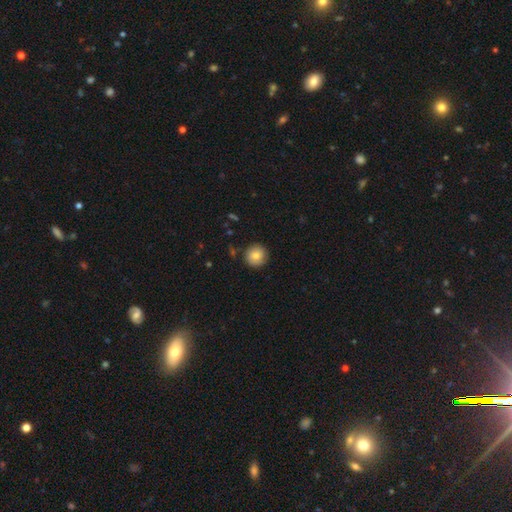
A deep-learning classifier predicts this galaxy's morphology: A smooth galaxy with no disk features (80%) that is round (93%).

Vote fractions:
- Smooth or featured? smooth: 80% / featured or disk: 12% / star or artifact: 9%
- How rounded? round: 93% / in between: 6% / cigar-shaped: 1%
- Merging? none: 87% / minor disturbance: 10% / major disturbance: 2% / merger: 2%